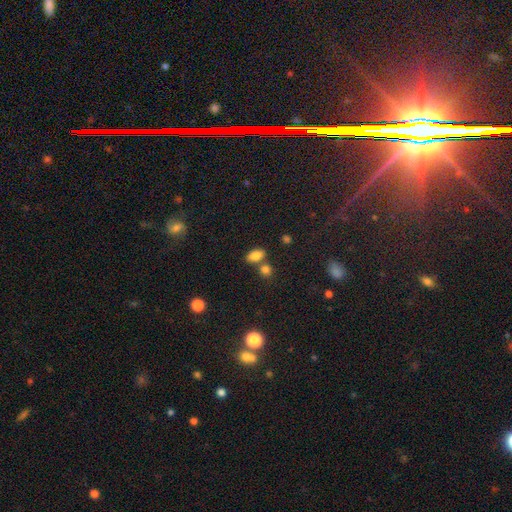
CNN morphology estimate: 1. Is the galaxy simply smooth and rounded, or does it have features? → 82% smooth, 10% star or artifact, 7% featured or disk.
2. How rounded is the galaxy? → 88% in between, 9% round, 3% cigar-shaped.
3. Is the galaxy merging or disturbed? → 63% none, 22% merger, 11% minor disturbance, 3% major disturbance.